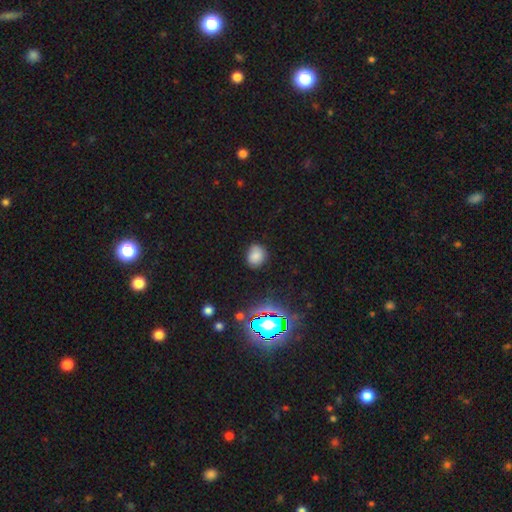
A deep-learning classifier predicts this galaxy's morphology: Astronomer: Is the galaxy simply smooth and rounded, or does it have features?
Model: smooth — 78%.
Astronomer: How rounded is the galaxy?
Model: round — 54% (runner-up: in between, 45%).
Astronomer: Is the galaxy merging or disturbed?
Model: none — 81%.